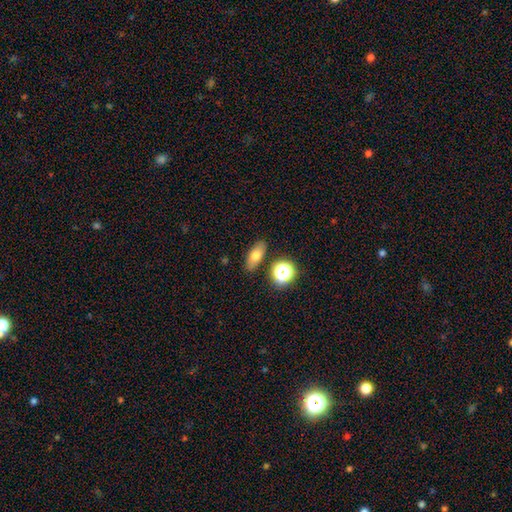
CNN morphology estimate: smooth-or-featured: smooth: 69% | featured or disk: 19% | star or artifact: 12%
  how-rounded: in between: 71% | cigar-shaped: 17% | round: 12%
  merging: none: 84% | minor disturbance: 9% | merger: 4% | major disturbance: 3%